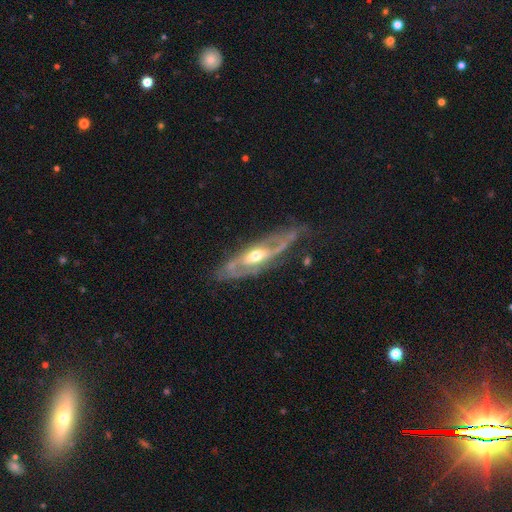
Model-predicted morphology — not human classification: Smooth or featured: featured or disk — 81% (smooth — 14%)
Edge-on disk: no — 76% (yes — 24%)
Bar: no — 53% (weak — 32%)
Spiral arms: yes — 76% (no — 24%)
Bulge size: moderate — 70% (small — 21%)
Merging: none — 61% (minor disturbance — 23%)